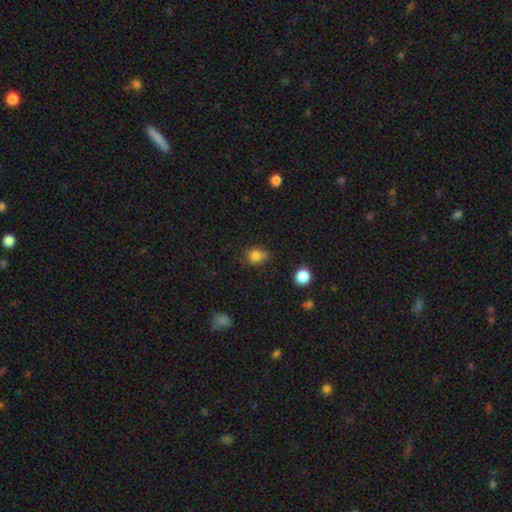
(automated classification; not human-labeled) A smooth galaxy with no disk features (80%) that is round (64%).

Vote fractions:
- Smooth or featured? smooth: 80% / star or artifact: 13% / featured or disk: 7%
- How rounded? round: 64% / in between: 35% / cigar-shaped: 1%
- Merging? none: 61% / minor disturbance: 28% / major disturbance: 7% / merger: 5%